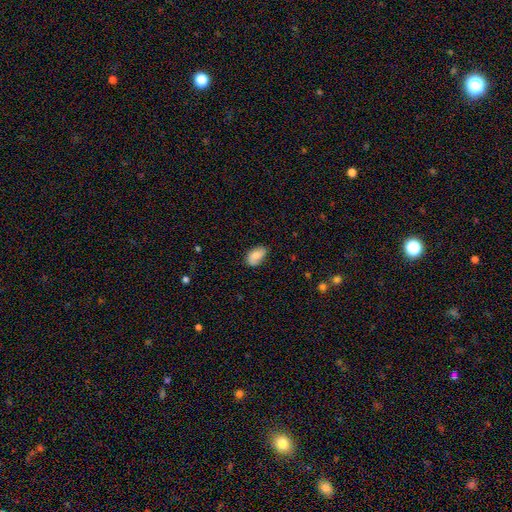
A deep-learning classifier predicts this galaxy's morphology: A smooth galaxy with no disk features (72%) that is in between round and cigar-shaped (91%).

Vote fractions:
- Smooth or featured? smooth: 72% / featured or disk: 20% / star or artifact: 8%
- How rounded? in between: 91% / round: 7% / cigar-shaped: 2%
- Merging? none: 68% / minor disturbance: 25% / major disturbance: 5% / merger: 2%